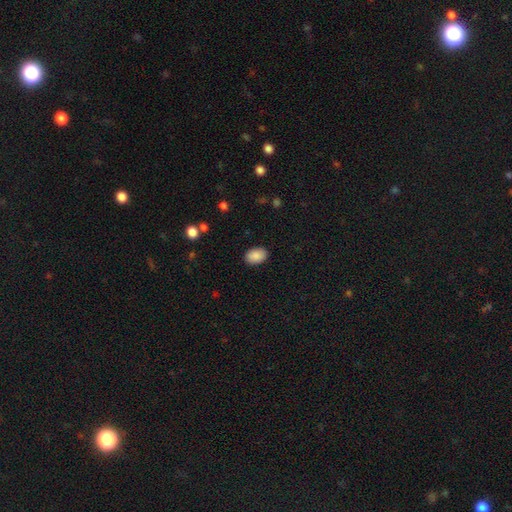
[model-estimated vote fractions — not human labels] Overall: smooth (90%). How rounded: in between (85%). Merging: none (89%).